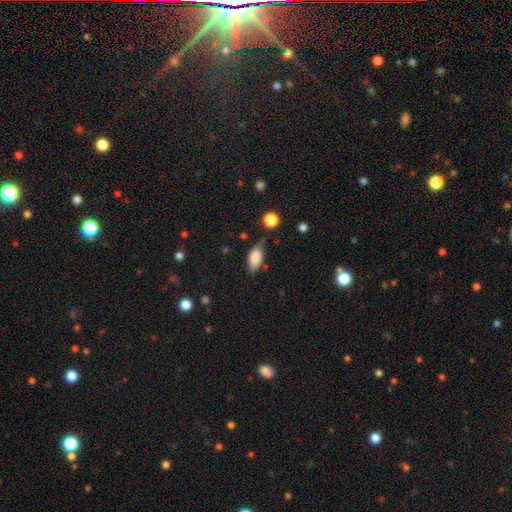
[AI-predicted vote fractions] This is clearly a smooth galaxy (84%). How rounded: clearly in between (89%). Merging: likely none (65%).